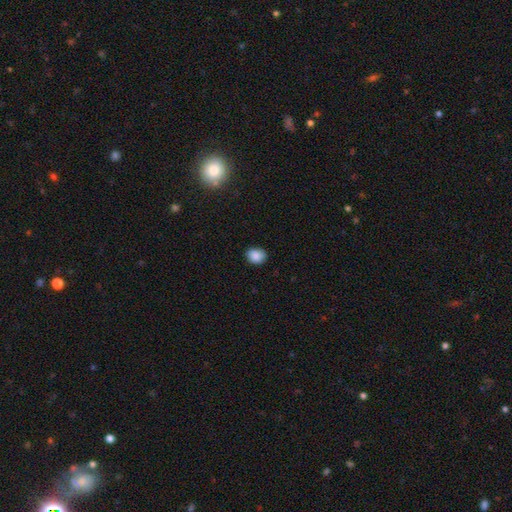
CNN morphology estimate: smooth-or-featured: smooth: 88% | star or artifact: 8% | featured or disk: 3%
  how-rounded: round: 54% | in between: 45% | cigar-shaped: 1%
  merging: none: 85% | minor disturbance: 12% | major disturbance: 2% | merger: 1%